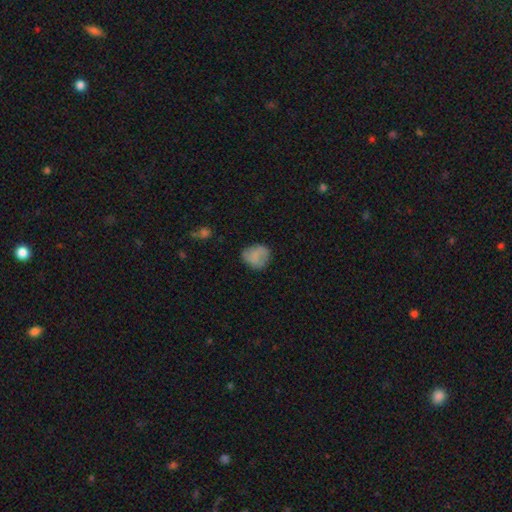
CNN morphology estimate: This appears to be a smooth galaxy with no disk features (78%) that is round (63%). Merging: none (66%).